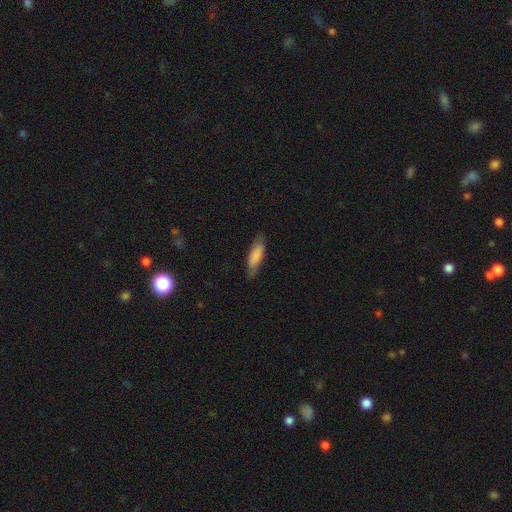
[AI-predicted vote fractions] Smooth or featured: smooth — 82% (featured or disk — 12%)
How rounded: cigar-shaped — 50% (in between — 48%)
Merging: none — 75% (minor disturbance — 20%)